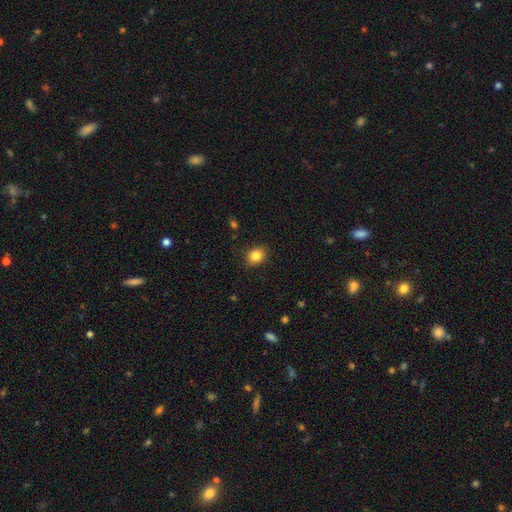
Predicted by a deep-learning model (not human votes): This is clearly a smooth galaxy (85%). How rounded: possibly in between (58%). Merging: clearly none (87%).